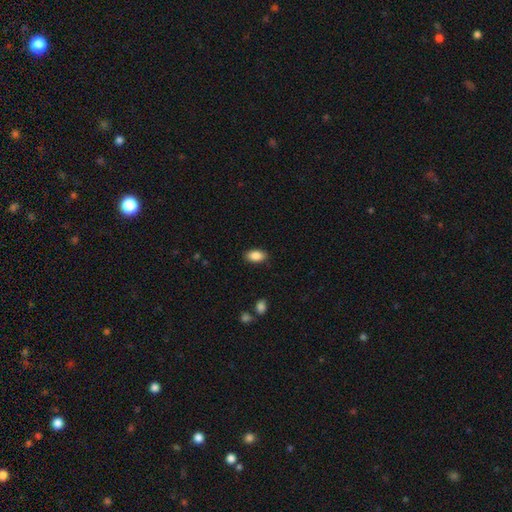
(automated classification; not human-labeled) Smooth or featured? Predicted: smooth (p=0.88). How rounded? Predicted: in between (p=0.92). Merging? Predicted: none (p=0.87).